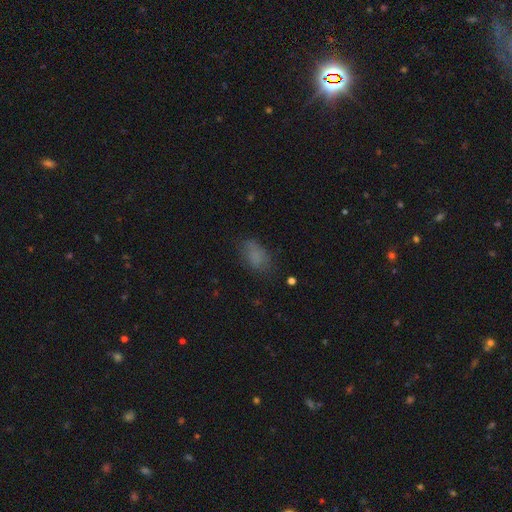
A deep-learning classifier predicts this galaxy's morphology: A smooth galaxy with no disk features (79%) that is in between round and cigar-shaped (89%). Merging: none (67%).